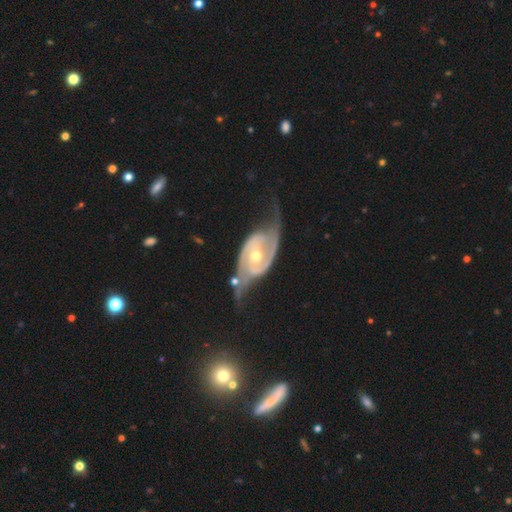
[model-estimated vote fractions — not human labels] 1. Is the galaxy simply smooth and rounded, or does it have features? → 91% featured or disk, 5% smooth, 4% star or artifact.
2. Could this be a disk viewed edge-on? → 96% no, 4% yes.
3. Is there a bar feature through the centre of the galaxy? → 57% no, 30% weak, 13% strong.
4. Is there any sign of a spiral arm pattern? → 97% yes, 3% no.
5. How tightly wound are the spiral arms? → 45% medium, 28% tight, 27% loose.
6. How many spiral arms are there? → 91% 2, 3% can't tell, 2% 3, 2% 1, 1% 4, 1% more than 4.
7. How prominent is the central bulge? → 52% moderate, 44% small, 2% large, 1% none, 1% dominant.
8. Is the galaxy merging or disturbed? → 56% none, 22% minor disturbance, 17% major disturbance, 5% merger.